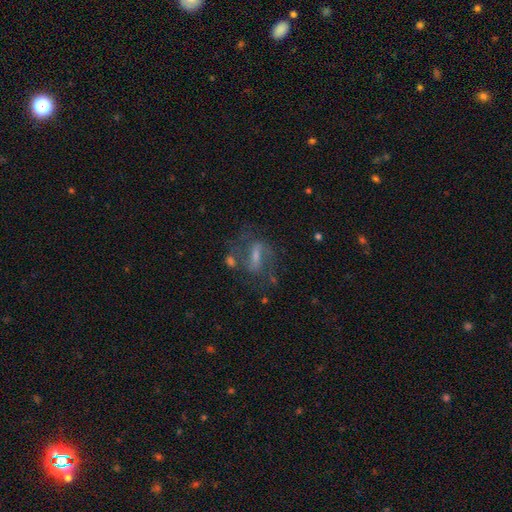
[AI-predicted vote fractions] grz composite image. It shows a featured or disk galaxy (63%) with a strong bar (48%), spiral arms (76%) and a small central bulge (39%). Merging: none (60%).